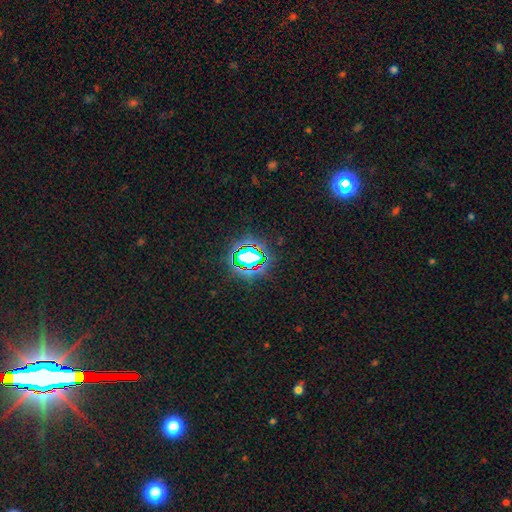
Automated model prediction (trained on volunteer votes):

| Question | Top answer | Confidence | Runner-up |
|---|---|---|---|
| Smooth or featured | star or artifact | 82% | smooth (11%) |